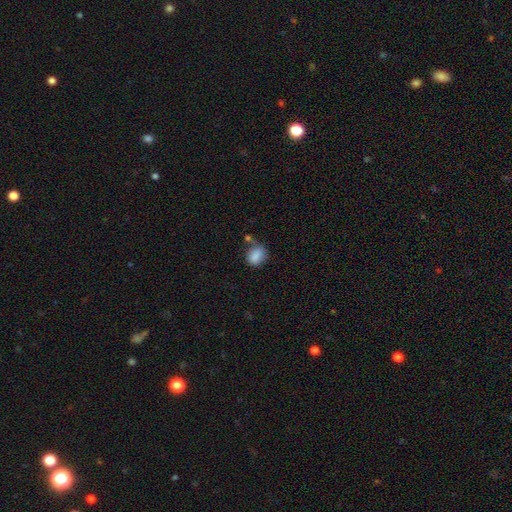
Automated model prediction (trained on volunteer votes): A smooth galaxy with no disk features (85%) that is in between round and cigar-shaped (53%). Merging: none (52%).